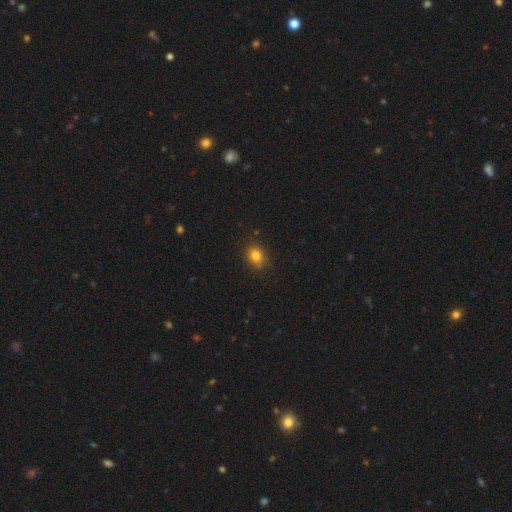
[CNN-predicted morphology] type=smooth (83%); roundness=round (58%); merging=none (84%).